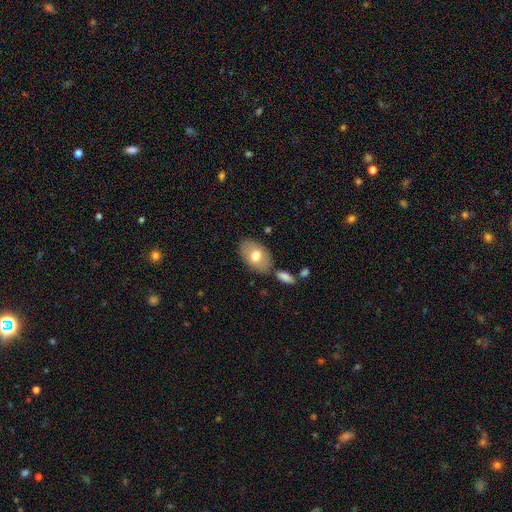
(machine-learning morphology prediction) A smooth galaxy with no disk features (69%) that is in between round and cigar-shaped (89%).

Vote fractions:
- Smooth or featured? smooth: 69% / featured or disk: 24% / star or artifact: 6%
- How rounded? in between: 89% / round: 10% / cigar-shaped: 1%
- Merging? none: 76% / minor disturbance: 13% / merger: 7% / major disturbance: 3%